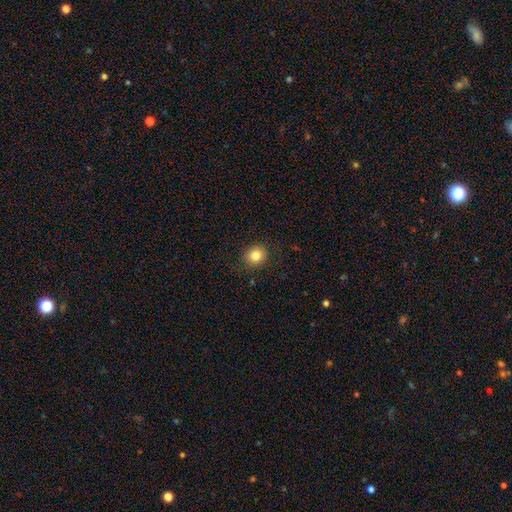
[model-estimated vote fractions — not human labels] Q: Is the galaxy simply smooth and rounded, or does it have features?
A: smooth — 83%.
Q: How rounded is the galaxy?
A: round — 83%.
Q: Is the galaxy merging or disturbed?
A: none — 89%.